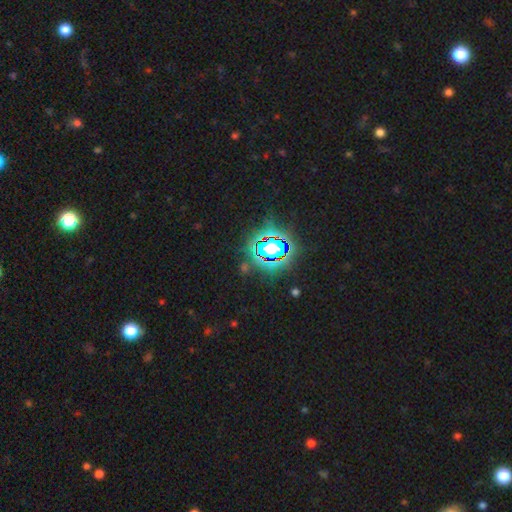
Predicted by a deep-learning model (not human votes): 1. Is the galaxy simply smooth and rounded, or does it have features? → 85% star or artifact, 9% smooth, 6% featured or disk.